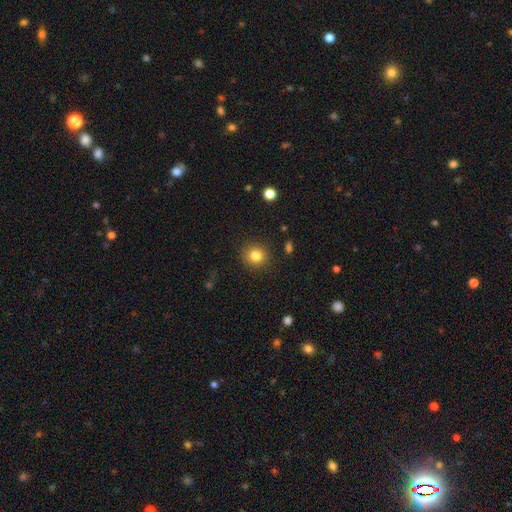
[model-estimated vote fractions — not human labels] Smooth or featured? Predicted: smooth (p=0.83). How rounded? Predicted: round (p=0.88). Merging? Predicted: none (p=0.89).